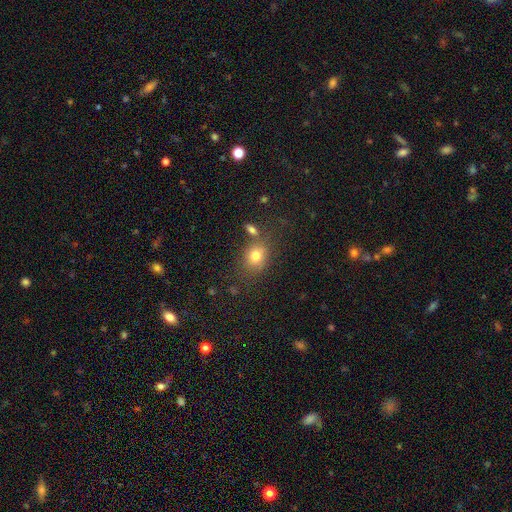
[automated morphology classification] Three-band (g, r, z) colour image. It shows a smooth galaxy with no disk features (78%) that is round (56%). Merging: none (66%).